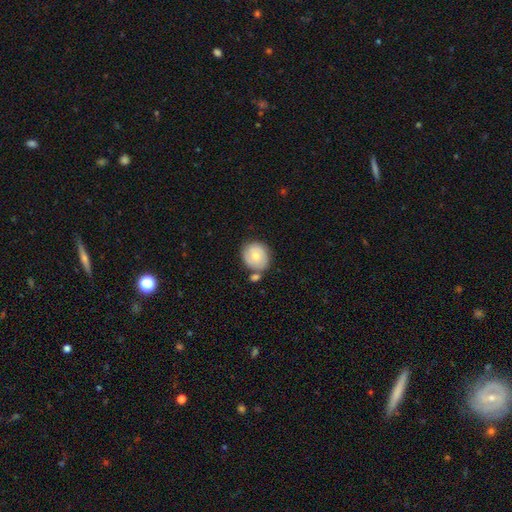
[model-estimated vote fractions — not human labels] This is possibly a smooth galaxy (57%). How rounded: likely round (80%). Merging: likely none (61%).